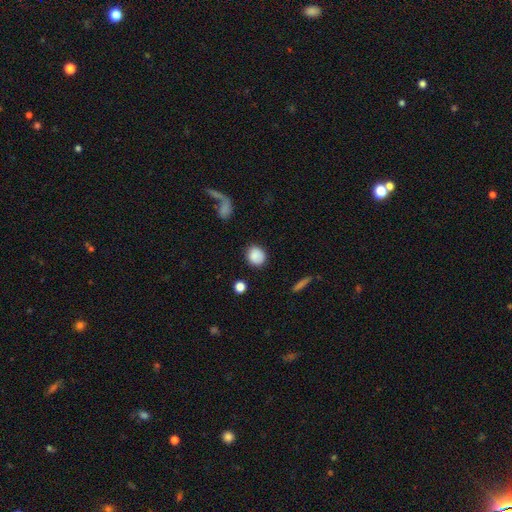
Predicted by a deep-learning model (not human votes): The model was most divided on "how rounded": round: 72%, in between: 26%, cigar-shaped: 1%. More confident: smooth or featured — smooth (86%); merging — none (83%).